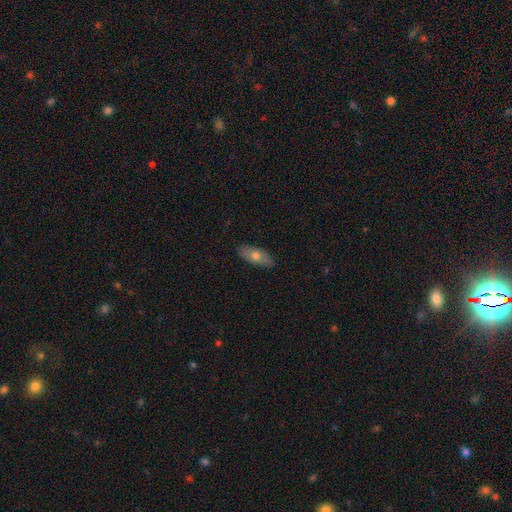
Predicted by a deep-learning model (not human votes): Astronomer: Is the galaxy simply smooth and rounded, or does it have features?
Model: smooth — 67%.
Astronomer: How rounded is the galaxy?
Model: in between — 81%.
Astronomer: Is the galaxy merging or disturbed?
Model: none — 87%.